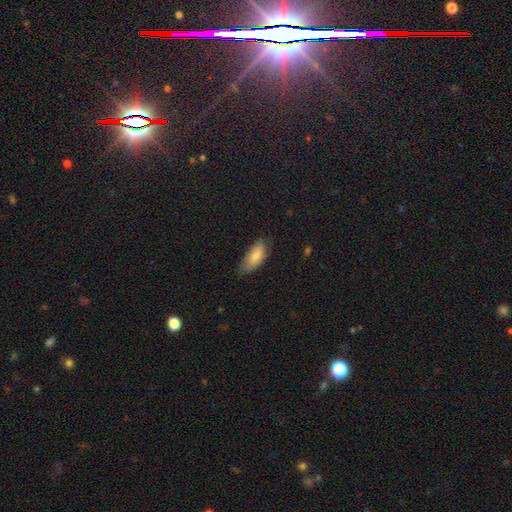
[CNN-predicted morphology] Smooth or featured? smooth (81%)
How rounded? in between (83%)
Merging? none (64%)